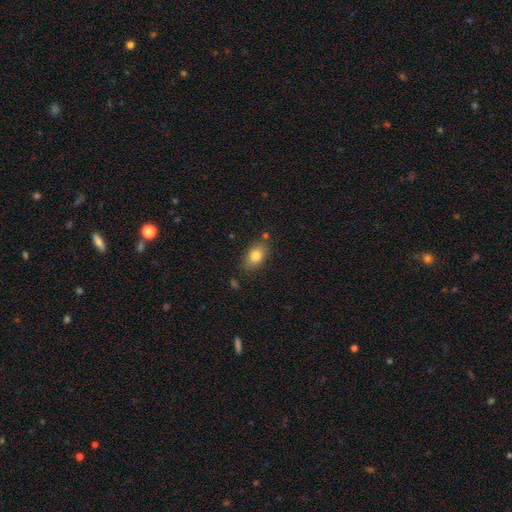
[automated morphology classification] Q: Smooth or featured?
A: smooth (81%); runner-up: featured or disk (10%)
Q: How rounded?
A: in between (83%); runner-up: round (15%)
Q: Merging?
A: none (78%); runner-up: minor disturbance (14%)